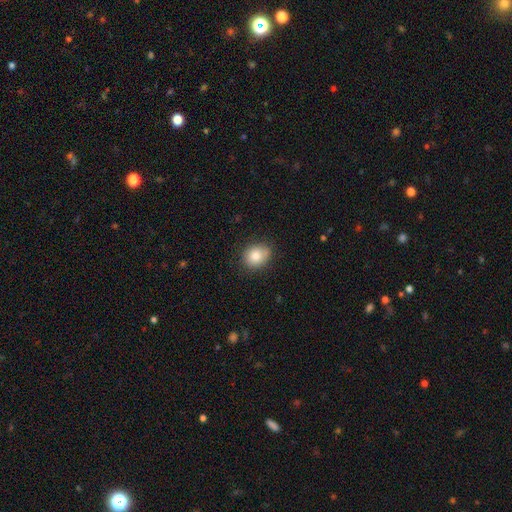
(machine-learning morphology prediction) This appears to be a smooth galaxy with no disk features (83%) that is round (58%). Merging: none (80%).